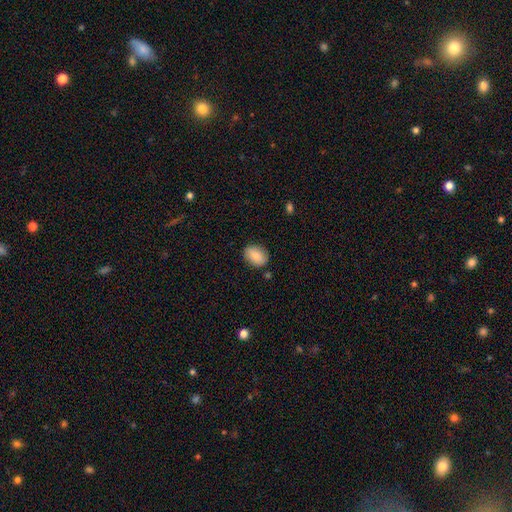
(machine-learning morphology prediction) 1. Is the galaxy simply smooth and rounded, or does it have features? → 84% smooth, 9% featured or disk, 7% star or artifact.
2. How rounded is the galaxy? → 72% in between, 27% round, 1% cigar-shaped.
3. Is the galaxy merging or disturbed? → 85% none, 10% minor disturbance, 2% major disturbance, 2% merger.